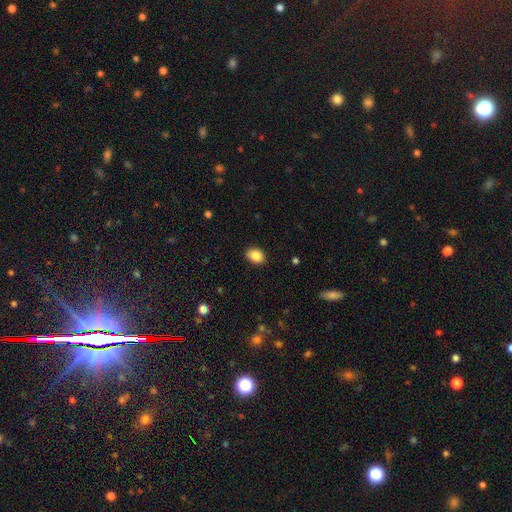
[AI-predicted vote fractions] Overall: smooth (87%). How rounded: in between (66%; round 33%). Merging: none (86%).